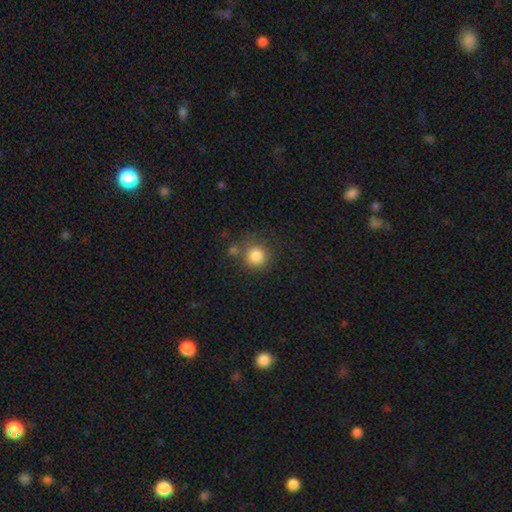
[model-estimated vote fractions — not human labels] smooth_or_featured: smooth (p=0.84) [alt: star or artifact p=0.10]
how_rounded: round (p=0.92) [alt: in between p=0.07]
merging: none (p=0.71) [alt: minor disturbance p=0.14]